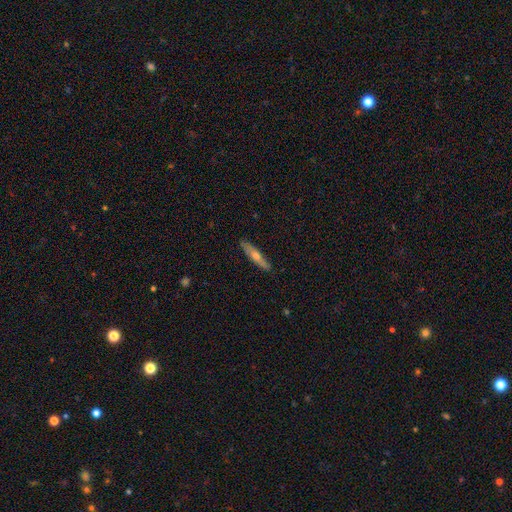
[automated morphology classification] smooth-or-featured: featured or disk: 49% | smooth: 45% | star or artifact: 6%
  merging: none: 88% | minor disturbance: 9% | major disturbance: 2% | merger: 1%